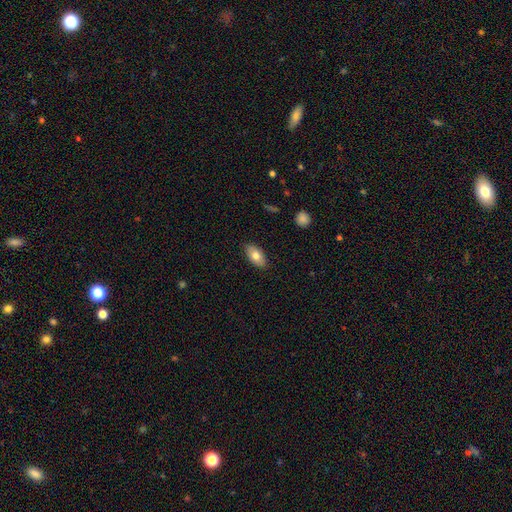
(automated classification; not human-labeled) Morphology: type=smooth (77%); roundness=in between (92%); merging=none (87%).